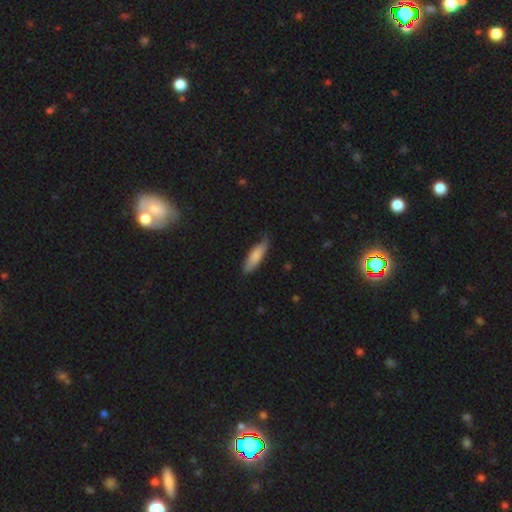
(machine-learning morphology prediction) type=smooth (82%); roundness=in between (50%); merging=none (67%).